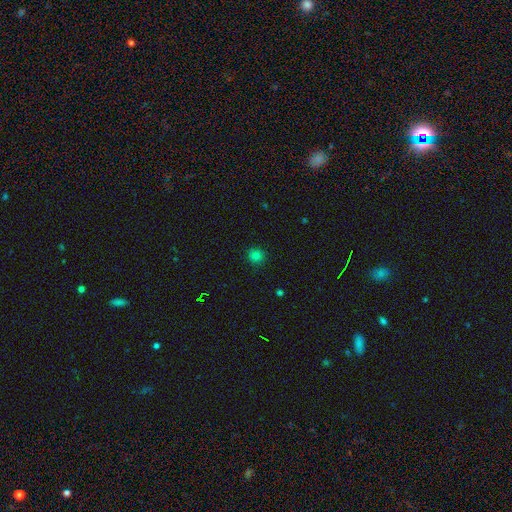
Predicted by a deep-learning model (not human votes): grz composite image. It shows a smooth galaxy with no disk features (79%) that is round (93%). Merging: none (91%).